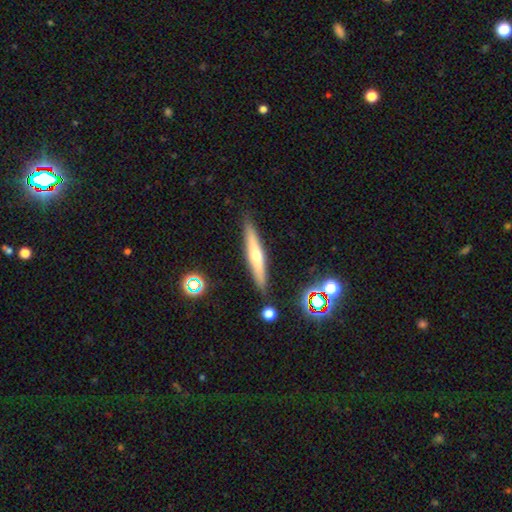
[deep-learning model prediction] Morphology: type=featured or disk (55%); edge-on=yes (93%); edge-on bulge=rounded (81%); merging=none (88%).